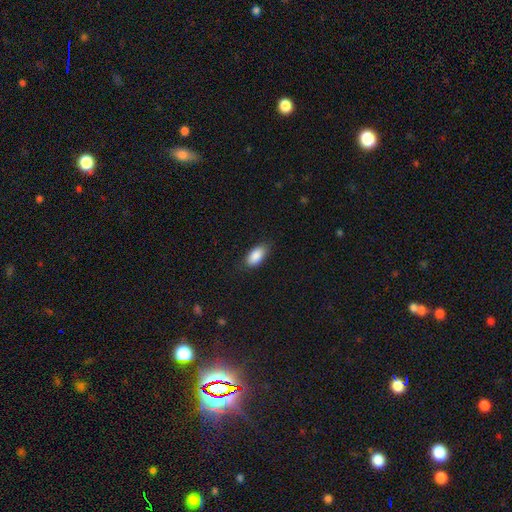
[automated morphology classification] smooth_or_featured: smooth (p=0.88) [alt: star or artifact p=0.07]
how_rounded: in between (p=0.93) [alt: cigar-shaped p=0.04]
merging: none (p=0.80) [alt: minor disturbance p=0.15]